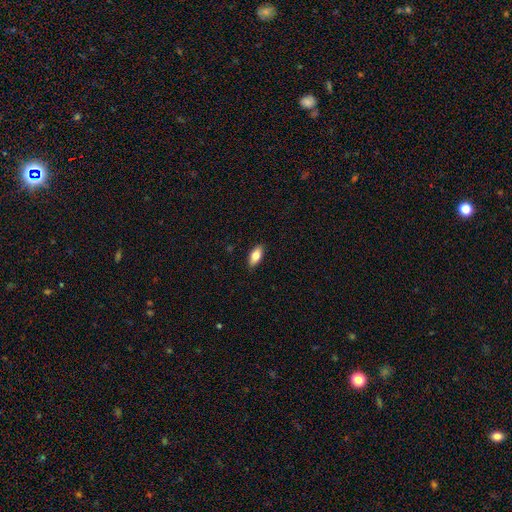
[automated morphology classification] This is likely a smooth galaxy (79%). How rounded: clearly in between (88%). Merging: clearly none (88%).